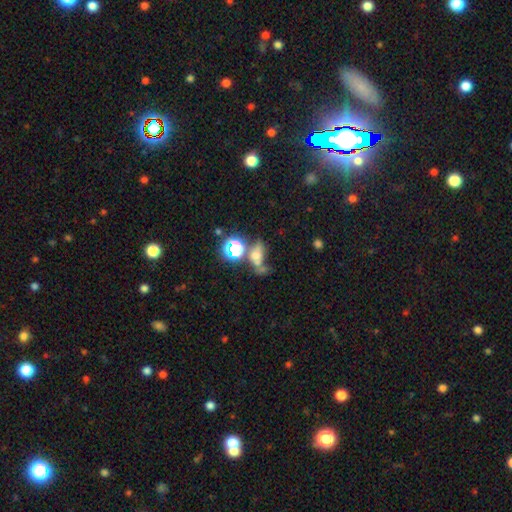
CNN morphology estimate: Overall: smooth (46%; star or artifact 32%). Merging: none (35%; merger 33%).